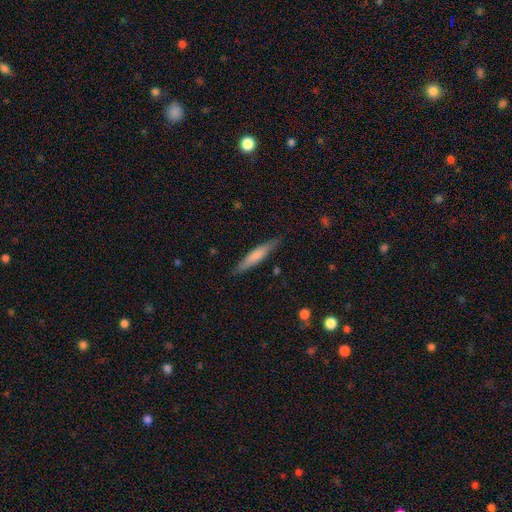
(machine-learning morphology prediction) This is likely a smooth galaxy (66%). How rounded: clearly cigar-shaped (90%). Merging: clearly none (86%).